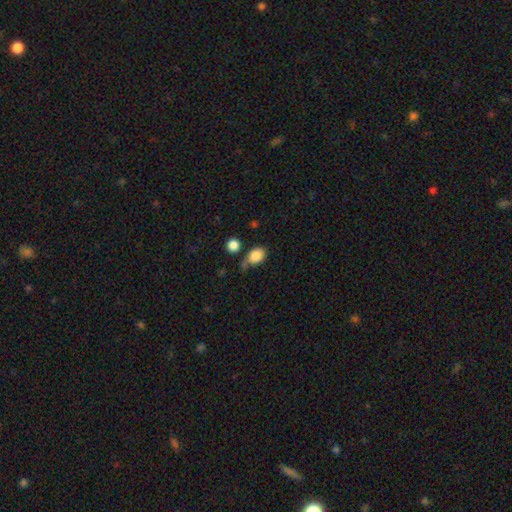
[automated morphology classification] smooth_or_featured: smooth (p=0.85) [alt: star or artifact p=0.08]
how_rounded: in between (p=0.63) [alt: round p=0.35]
merging: none (p=0.48) [alt: minor disturbance p=0.26]